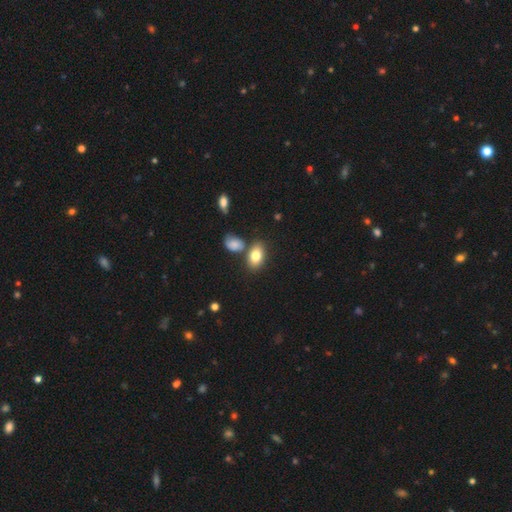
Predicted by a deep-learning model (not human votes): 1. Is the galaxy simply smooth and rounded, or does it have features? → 80% smooth, 11% featured or disk, 8% star or artifact.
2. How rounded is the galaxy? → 87% in between, 12% round, 2% cigar-shaped.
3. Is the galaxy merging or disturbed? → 68% none, 16% merger, 13% minor disturbance, 4% major disturbance.